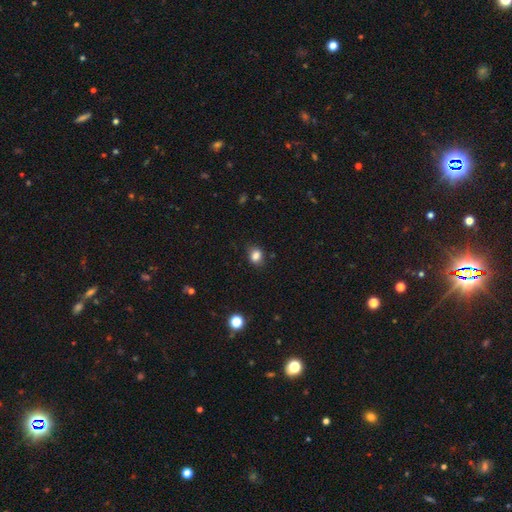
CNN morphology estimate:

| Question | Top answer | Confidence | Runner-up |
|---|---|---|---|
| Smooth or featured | smooth | 84% | star or artifact (11%) |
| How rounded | in between | 51% | round (48%) |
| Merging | none | 78% | minor disturbance (16%) |